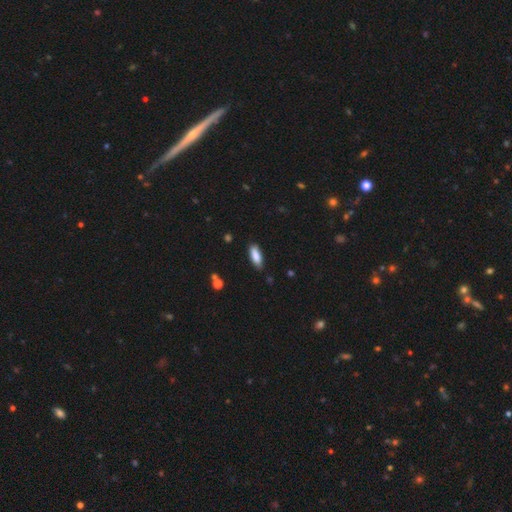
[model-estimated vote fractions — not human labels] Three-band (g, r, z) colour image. It shows a smooth galaxy with no disk features (85%) that is in between round and cigar-shaped (64%). Merging: none (80%).